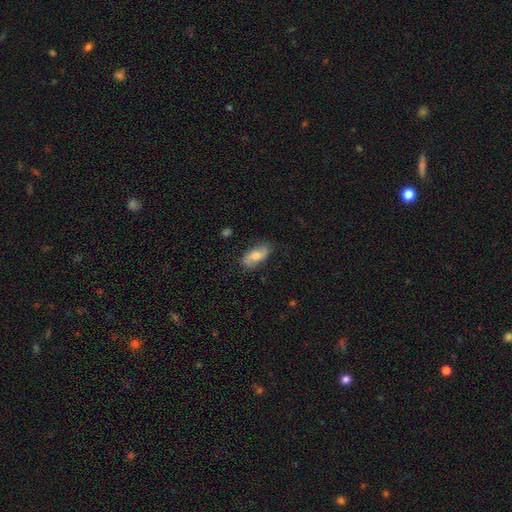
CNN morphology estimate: Smooth or featured? Predicted: smooth (p=0.57). How rounded? Predicted: in between (p=0.86). Merging? Predicted: none (p=0.77).